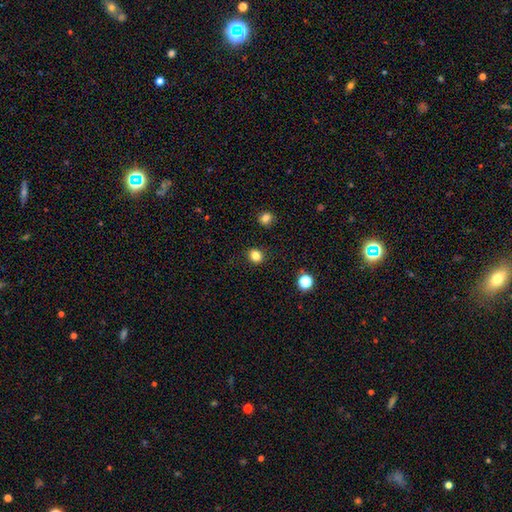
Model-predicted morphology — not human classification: Smooth or featured? Predicted: smooth (p=0.83). How rounded? Predicted: round (p=0.73). Merging? Predicted: none (p=0.90).